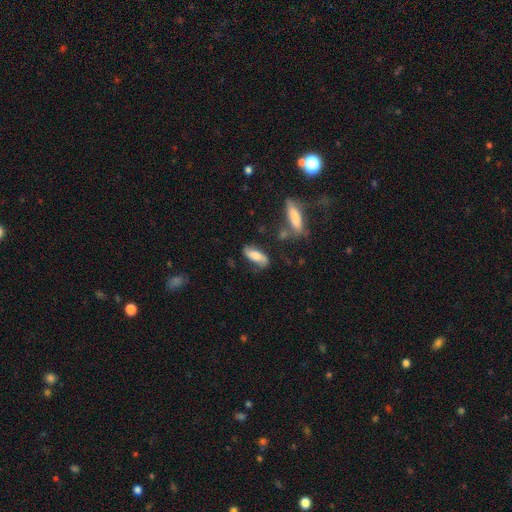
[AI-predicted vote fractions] The model was most divided on "smooth or featured": smooth: 63%, featured or disk: 30%, star or artifact: 7%. More confident: how rounded — in between (75%); merging — none (65%).